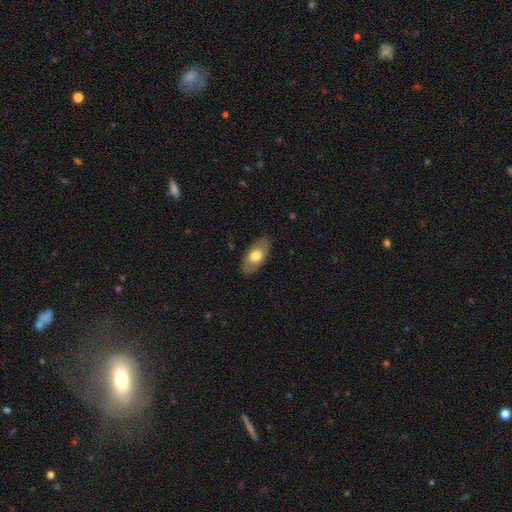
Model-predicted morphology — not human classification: A smooth galaxy with no disk features (65%) that is in between round and cigar-shaped (92%).

Vote fractions:
- Smooth or featured? smooth: 65% / featured or disk: 30% / star or artifact: 6%
- How rounded? in between: 92% / round: 5% / cigar-shaped: 3%
- Merging? none: 85% / minor disturbance: 12% / major disturbance: 3% / merger: 1%